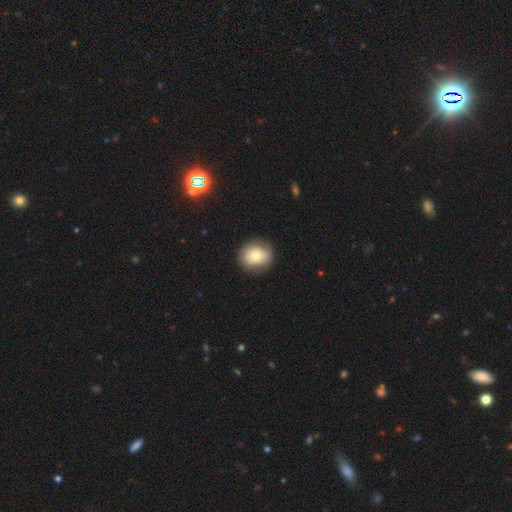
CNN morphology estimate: Q: Smooth or featured?
A: smooth (74%); runner-up: featured or disk (18%)
Q: How rounded?
A: round (73%); runner-up: in between (26%)
Q: Merging?
A: none (83%); runner-up: minor disturbance (12%)